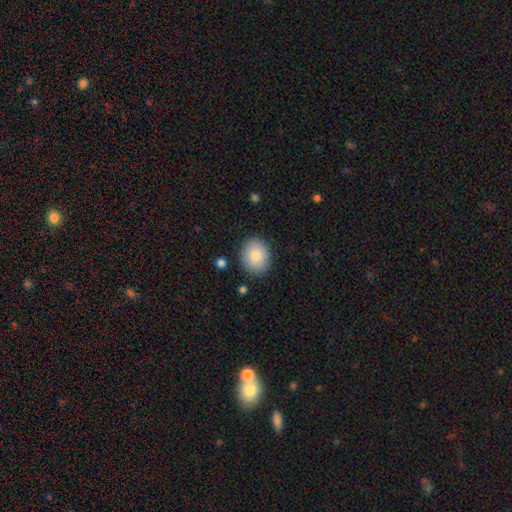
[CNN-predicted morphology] Q: Smooth or featured?
A: smooth (86%); runner-up: featured or disk (7%)
Q: How rounded?
A: round (53%); runner-up: in between (47%)
Q: Merging?
A: none (87%); runner-up: minor disturbance (9%)